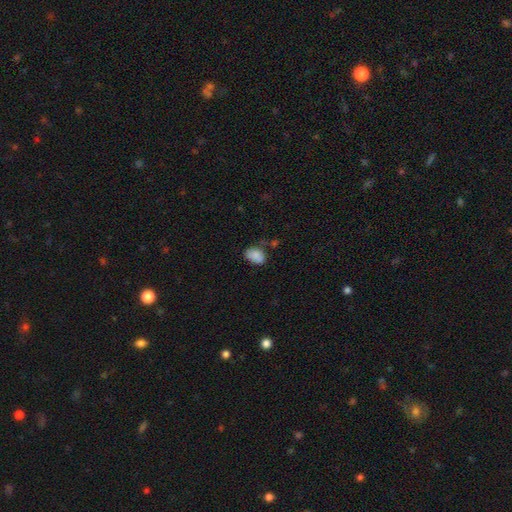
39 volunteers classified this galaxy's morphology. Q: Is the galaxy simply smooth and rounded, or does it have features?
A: smooth — 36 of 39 (92%).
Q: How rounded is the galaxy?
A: in between — 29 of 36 (81%).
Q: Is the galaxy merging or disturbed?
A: none — 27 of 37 (73%).